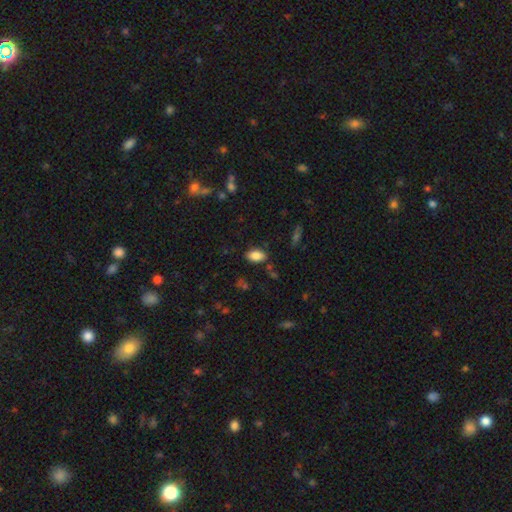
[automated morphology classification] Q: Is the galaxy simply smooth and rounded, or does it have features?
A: smooth — 85%.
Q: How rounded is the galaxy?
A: in between — 91%.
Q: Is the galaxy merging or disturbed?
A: none — 82%.